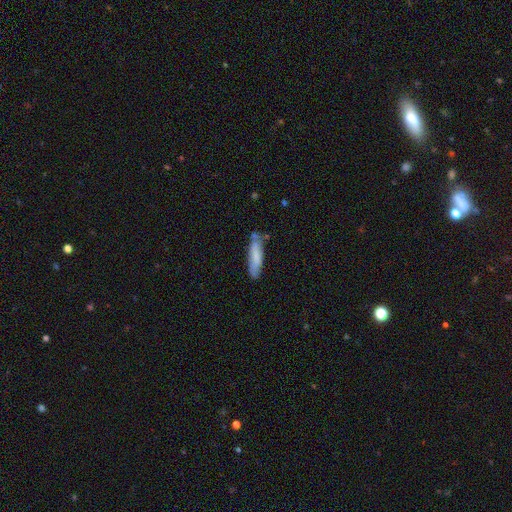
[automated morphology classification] Smooth or featured? smooth (75%)
How rounded? cigar-shaped (73%)
Merging? none (66%)